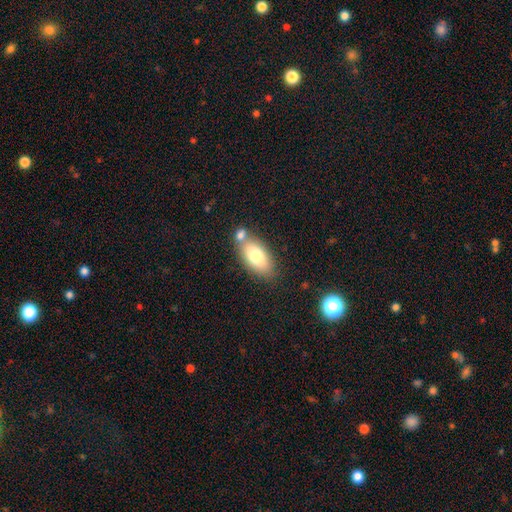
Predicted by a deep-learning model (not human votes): Overall: smooth (77%). How rounded: in between (91%). Merging: none (58%; merger 25%).